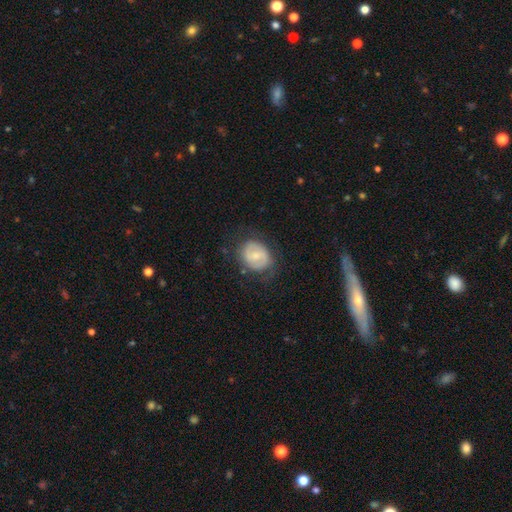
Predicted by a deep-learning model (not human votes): featured or disk 51%, smooth 43%, star or artifact 6%. Down the decision tree: edge-on disk — no (97%); merging — none (67%).